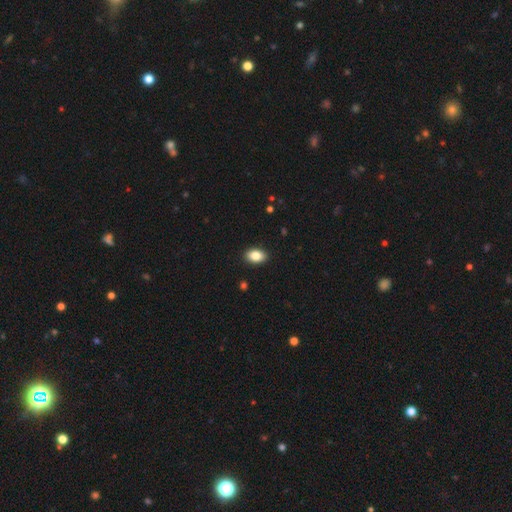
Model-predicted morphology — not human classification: Smooth or featured? smooth (86%)
How rounded? in between (86%)
Merging? none (90%)